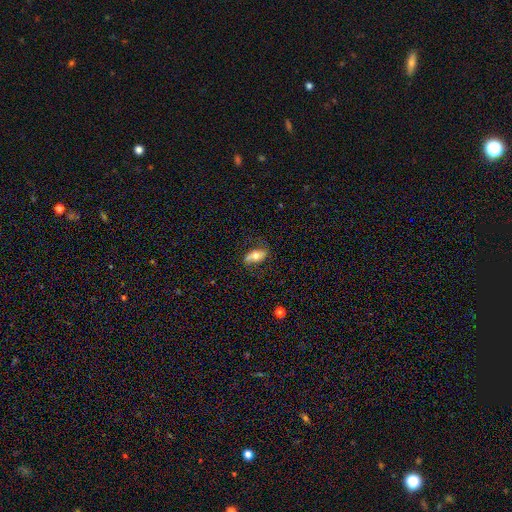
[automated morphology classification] type=smooth (49%); merging=none (71%).